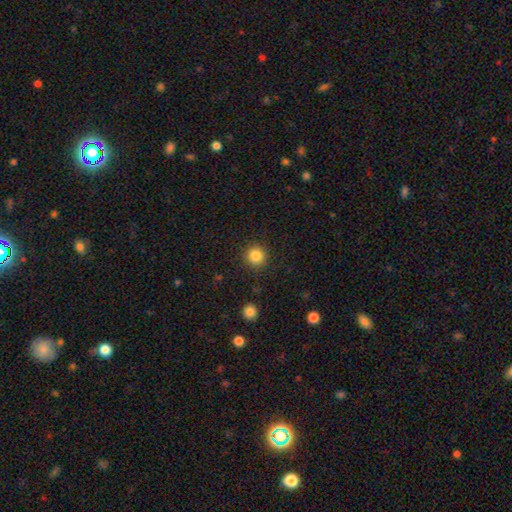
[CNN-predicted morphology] Q: Smooth or featured?
A: smooth (84%); runner-up: star or artifact (11%)
Q: How rounded?
A: round (93%); runner-up: in between (6%)
Q: Merging?
A: none (90%); runner-up: minor disturbance (6%)